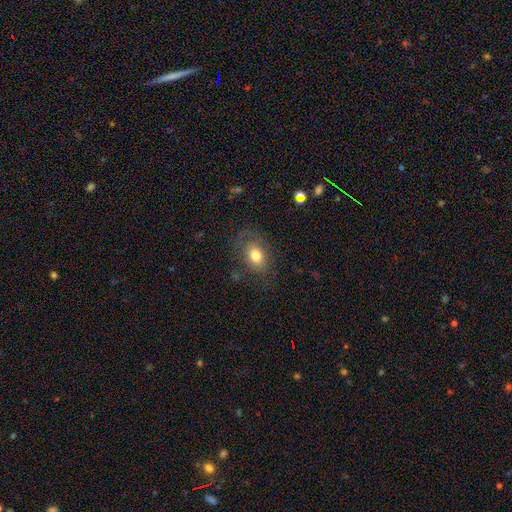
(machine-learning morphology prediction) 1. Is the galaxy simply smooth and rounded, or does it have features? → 70% smooth, 20% featured or disk, 9% star or artifact.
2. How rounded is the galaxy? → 80% in between, 18% round, 2% cigar-shaped.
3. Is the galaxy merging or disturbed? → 67% none, 19% minor disturbance, 12% major disturbance, 2% merger.